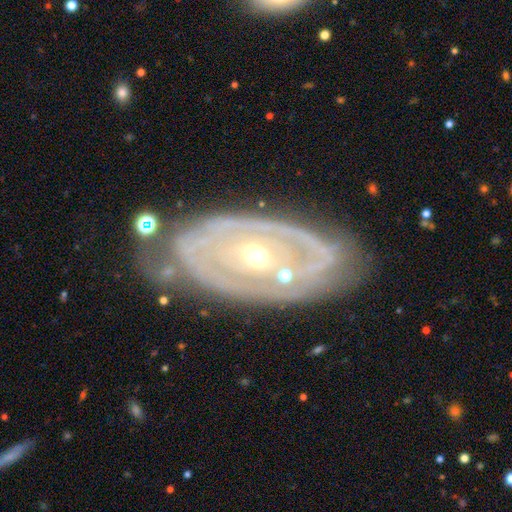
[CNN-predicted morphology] This appears to be a featured or disk galaxy (83%) with no bar (73%), spiral arms (61%) and a moderate central bulge (55%). Merging: none (72%).